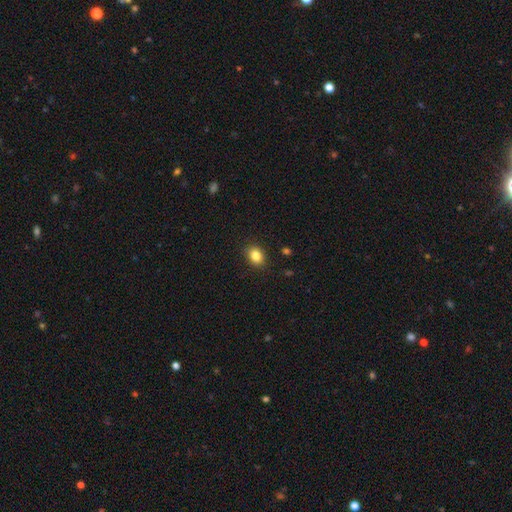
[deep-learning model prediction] Q: Smooth or featured?
A: smooth (84%); runner-up: star or artifact (10%)
Q: How rounded?
A: in between (63%); runner-up: round (36%)
Q: Merging?
A: none (89%); runner-up: minor disturbance (8%)